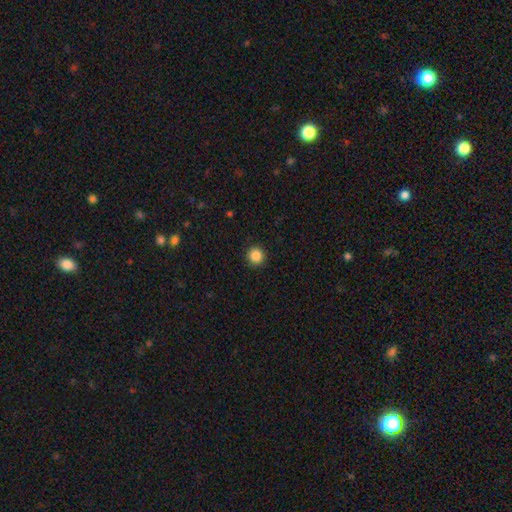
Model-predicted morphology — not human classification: Smooth or featured?
  - smooth: 86% *
  - star or artifact: 10%
  - featured or disk: 3%
How rounded?
  - round: 95% *
  - in between: 4%
  - cigar-shaped: 1%
Merging?
  - none: 92% *
  - minor disturbance: 5%
  - major disturbance: 2%
  - merger: 1%